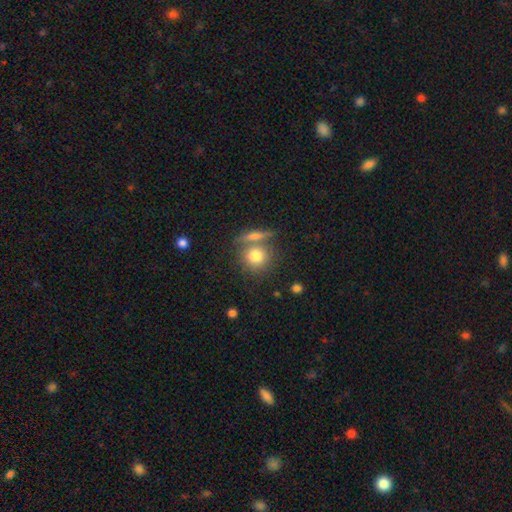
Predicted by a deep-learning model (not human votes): Smooth or featured?
  - smooth: 76% *
  - featured or disk: 15%
  - star or artifact: 9%
How rounded?
  - round: 86% *
  - in between: 12%
  - cigar-shaped: 2%
Merging?
  - none: 57% *
  - merger: 28%
  - minor disturbance: 10%
  - major disturbance: 4%